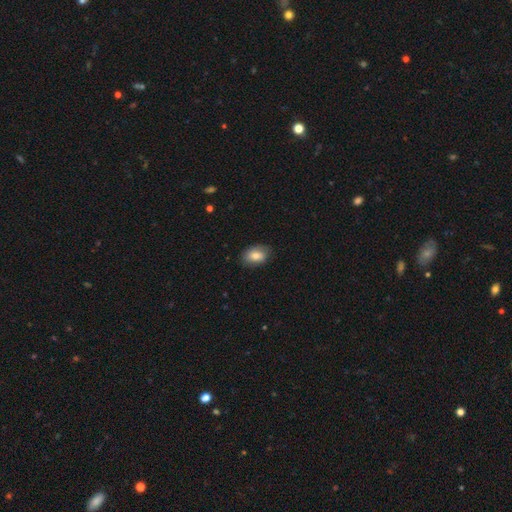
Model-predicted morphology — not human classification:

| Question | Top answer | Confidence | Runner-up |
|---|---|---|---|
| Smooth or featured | smooth | 76% | featured or disk (16%) |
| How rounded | in between | 83% | round (15%) |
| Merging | none | 77% | minor disturbance (19%) |